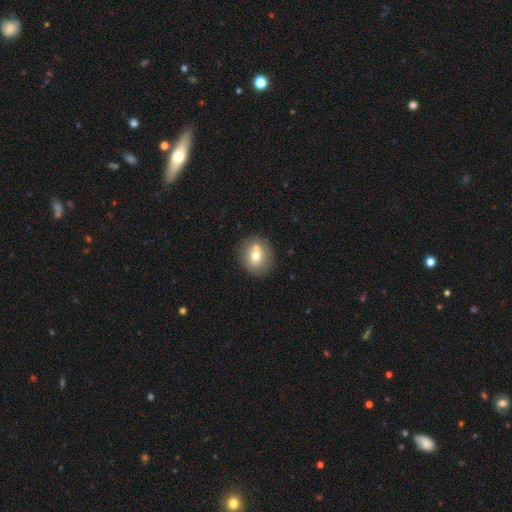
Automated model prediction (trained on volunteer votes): smooth_or_featured: smooth (p=0.67) [alt: featured or disk p=0.24]
how_rounded: round (p=0.77) [alt: in between p=0.22]
merging: none (p=0.67) [alt: merger p=0.18]